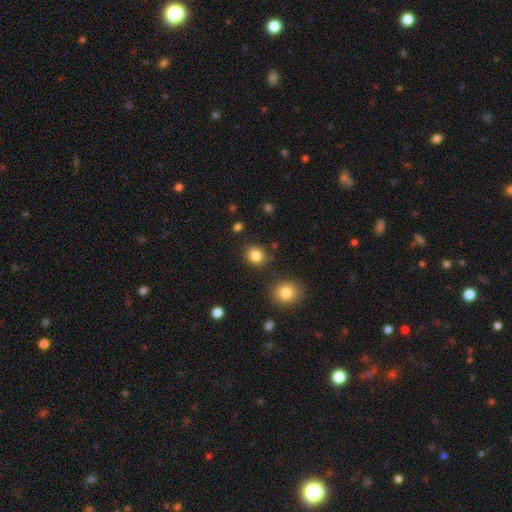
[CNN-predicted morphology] type=smooth (84%); roundness=round (75%); merging=none (85%).